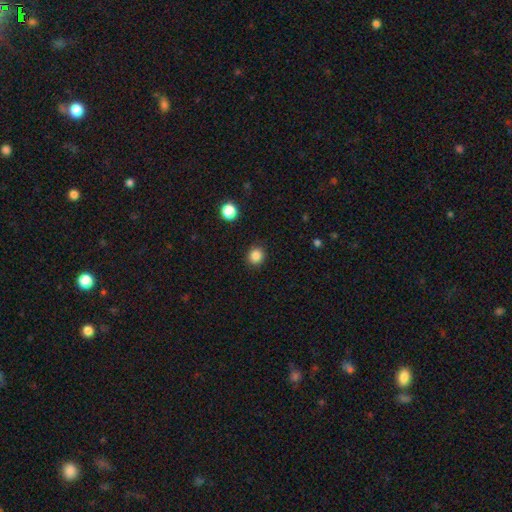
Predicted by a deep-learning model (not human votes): smooth-or-featured: smooth: 86% | star or artifact: 11% | featured or disk: 3%
  how-rounded: round: 88% | in between: 11% | cigar-shaped: 1%
  merging: none: 90% | minor disturbance: 6% | major disturbance: 2% | merger: 1%